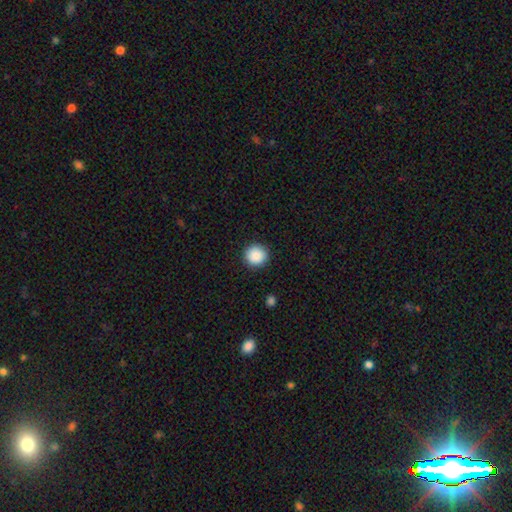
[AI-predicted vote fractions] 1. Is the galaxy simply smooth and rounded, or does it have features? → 89% smooth, 8% star or artifact, 3% featured or disk.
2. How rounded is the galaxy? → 95% round, 4% in between, 1% cigar-shaped.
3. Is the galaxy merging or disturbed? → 92% none, 5% minor disturbance, 2% major disturbance, 1% merger.